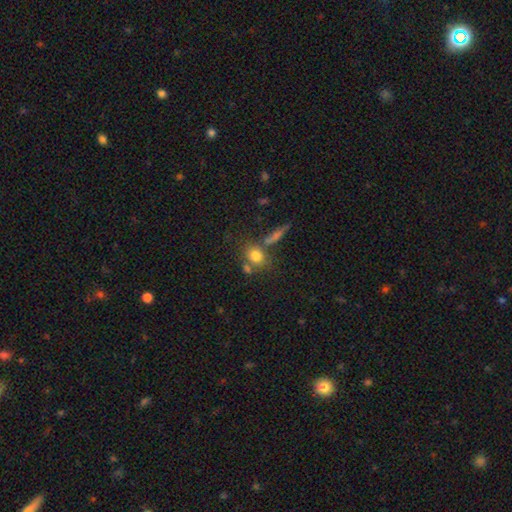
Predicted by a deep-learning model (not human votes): Q: Smooth or featured?
A: smooth (78%); runner-up: star or artifact (11%)
Q: How rounded?
A: round (70%); runner-up: in between (26%)
Q: Merging?
A: none (61%); runner-up: merger (22%)